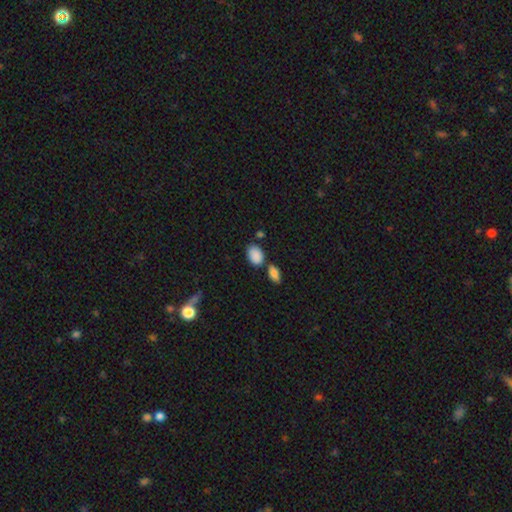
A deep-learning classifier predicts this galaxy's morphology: Overall: smooth (88%). How rounded: in between (84%). Merging: none (62%).